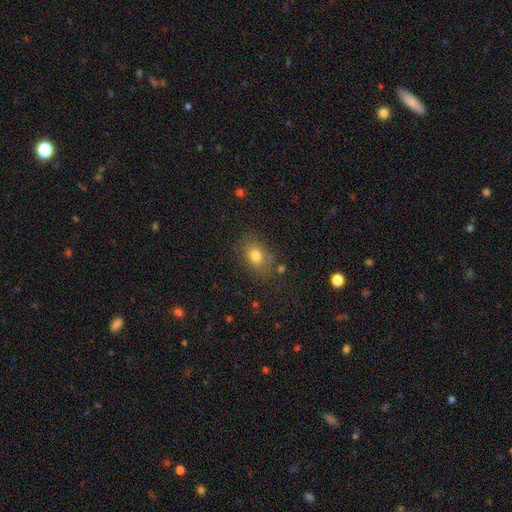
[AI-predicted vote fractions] Q: Smooth or featured?
A: smooth (77%); runner-up: star or artifact (12%)
Q: How rounded?
A: in between (70%); runner-up: round (29%)
Q: Merging?
A: none (76%); runner-up: minor disturbance (16%)